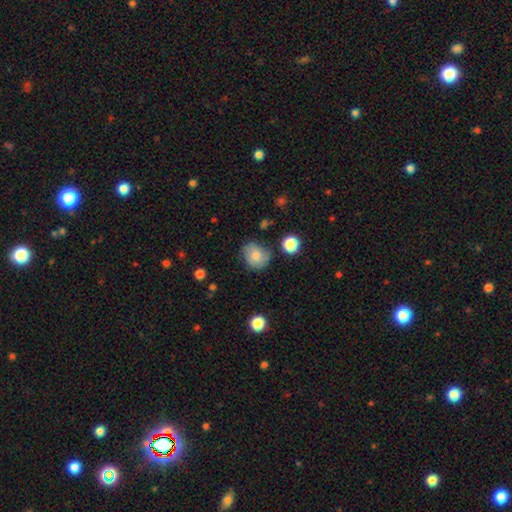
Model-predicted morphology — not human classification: type=smooth (66%); roundness=round (67%); merging=none (67%).